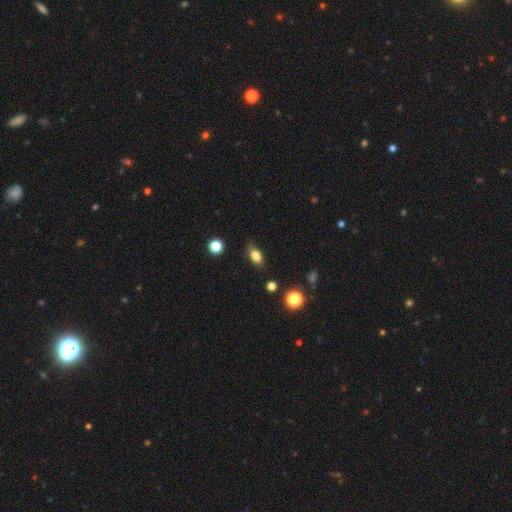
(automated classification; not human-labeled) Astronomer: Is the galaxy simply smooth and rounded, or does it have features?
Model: smooth — 80%.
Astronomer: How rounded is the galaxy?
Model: in between — 82%.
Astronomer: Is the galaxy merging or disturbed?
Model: none — 80%.